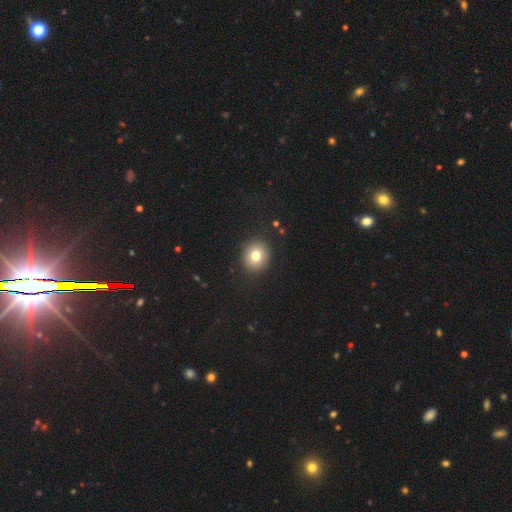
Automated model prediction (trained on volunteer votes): This appears to be a smooth galaxy with no disk features (78%) that is round (81%). Merging: none (90%).